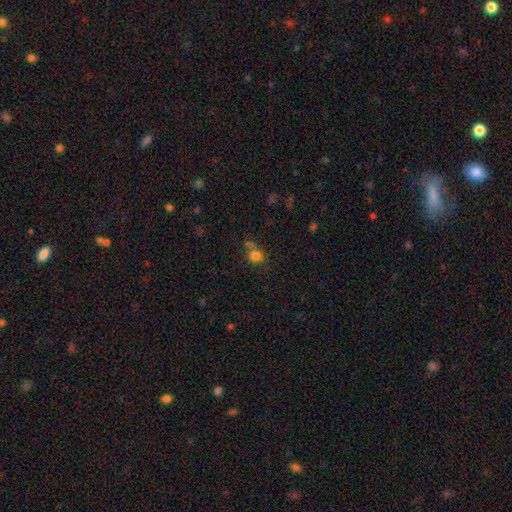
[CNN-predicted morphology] Smooth or featured? smooth (79%)
How rounded? round (72%)
Merging? none (58%)